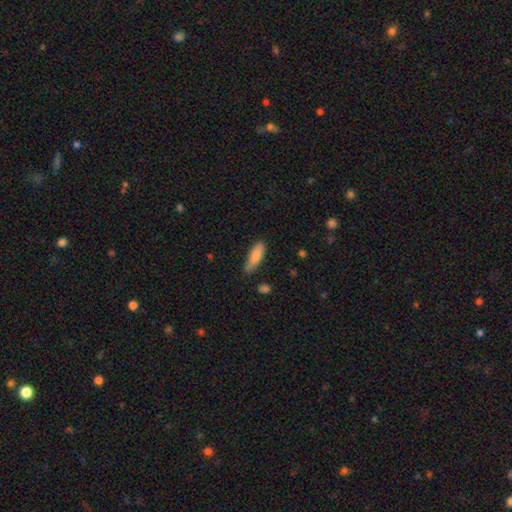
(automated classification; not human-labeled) Overall: smooth (81%). How rounded: in between (50%; cigar-shaped 49%). Merging: none (73%).